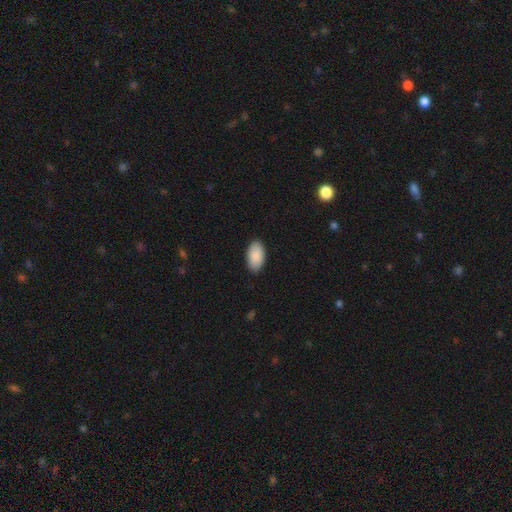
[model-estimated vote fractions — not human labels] smooth_or_featured: smooth (p=0.90) [alt: star or artifact p=0.06]
how_rounded: in between (p=0.96) [alt: round p=0.02]
merging: none (p=0.88) [alt: minor disturbance p=0.09]